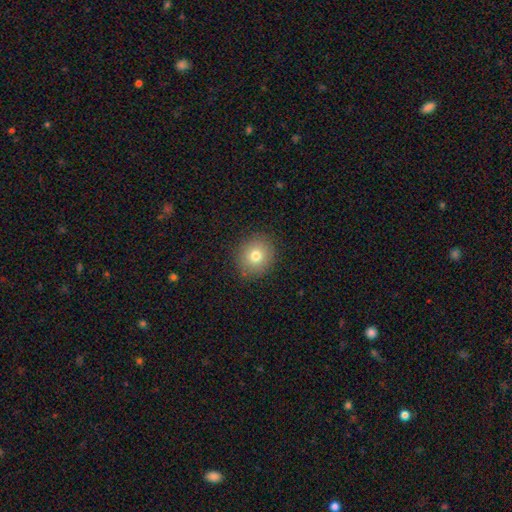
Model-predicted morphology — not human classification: smooth_or_featured: smooth (p=0.77) [alt: star or artifact p=0.12]
how_rounded: round (p=0.88) [alt: in between p=0.11]
merging: none (p=0.88) [alt: minor disturbance p=0.08]